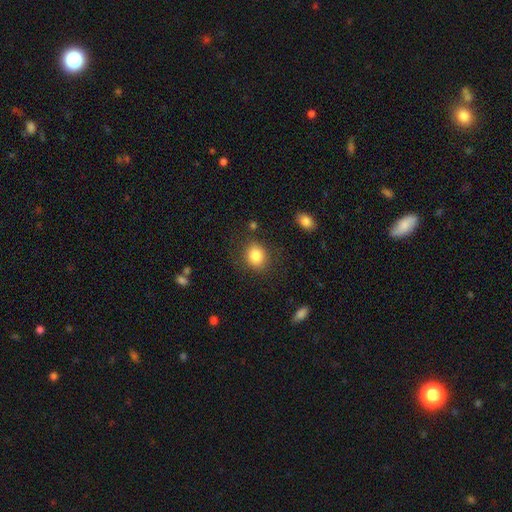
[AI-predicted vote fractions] Overall: smooth (83%). How rounded: round (66%; in between 33%). Merging: none (83%).